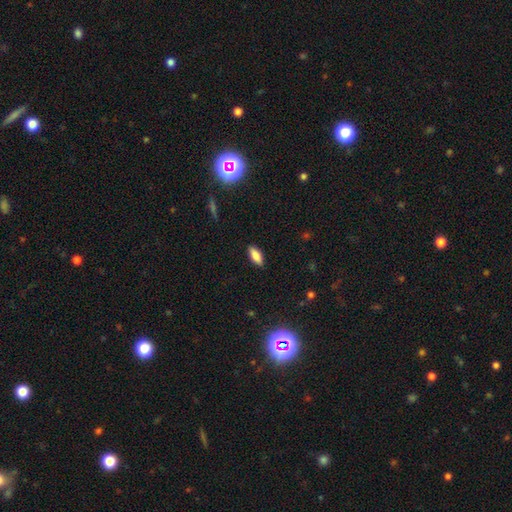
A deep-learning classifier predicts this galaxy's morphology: A smooth galaxy with no disk features (81%) that is in between round and cigar-shaped (76%).

Vote fractions:
- Smooth or featured? smooth: 81% / featured or disk: 11% / star or artifact: 8%
- How rounded? in between: 76% / cigar-shaped: 22% / round: 2%
- Merging? none: 88% / minor disturbance: 9% / major disturbance: 2% / merger: 1%